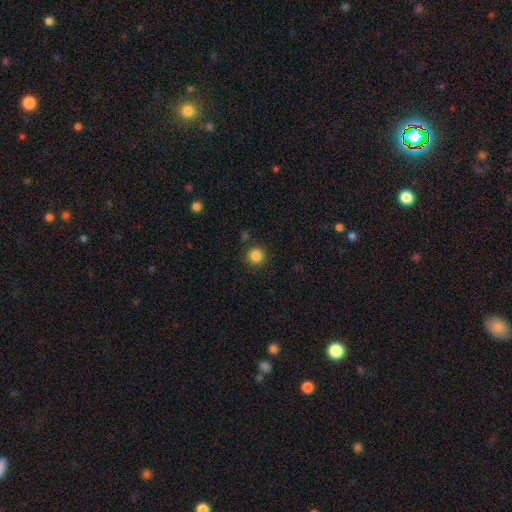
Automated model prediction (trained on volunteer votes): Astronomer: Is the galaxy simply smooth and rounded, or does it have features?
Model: smooth — 85%.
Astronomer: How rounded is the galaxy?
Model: round — 95%.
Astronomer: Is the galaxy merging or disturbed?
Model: none — 88%.